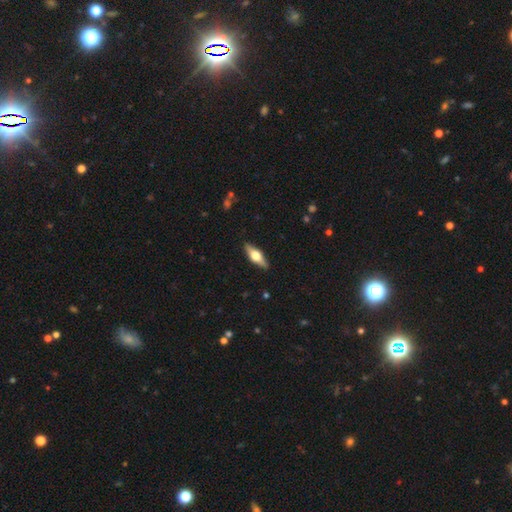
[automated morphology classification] Overall: featured or disk (53%; smooth 42%). Edge-on disk: yes (92%). Merging: none (89%).